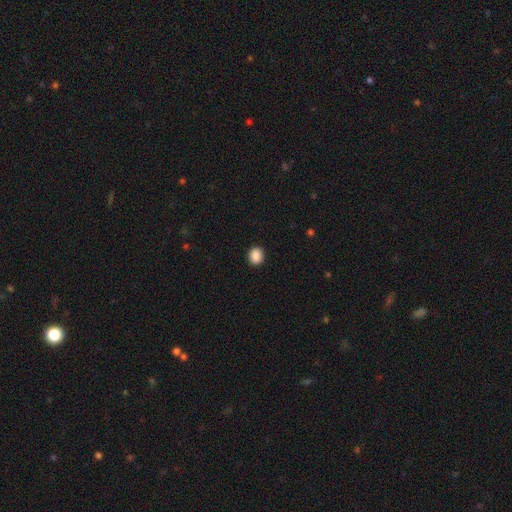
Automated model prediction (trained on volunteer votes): A smooth galaxy with no disk features (89%) that is round (61%).

Vote fractions:
- Smooth or featured? smooth: 89% / star or artifact: 8% / featured or disk: 3%
- How rounded? round: 61% / in between: 38% / cigar-shaped: 1%
- Merging? none: 91% / minor disturbance: 6% / major disturbance: 2% / merger: 1%